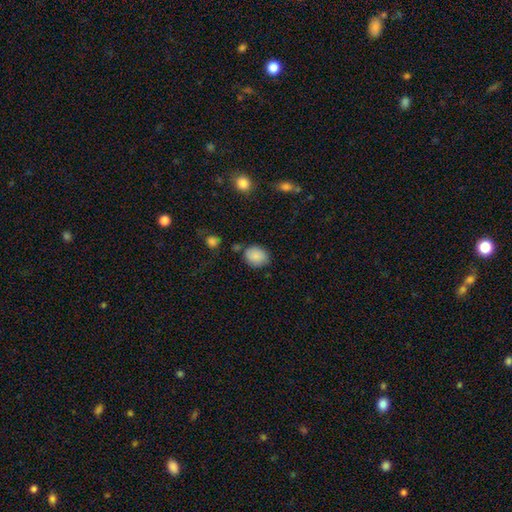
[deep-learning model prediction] Morphology: type=smooth (87%); roundness=round (53%); merging=none (76%).